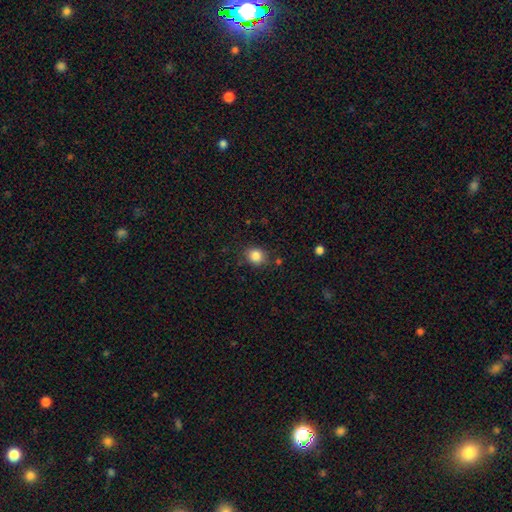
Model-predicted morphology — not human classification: Smooth or featured? Predicted: smooth (p=0.85). How rounded? Predicted: round (p=0.71). Merging? Predicted: none (p=0.82).